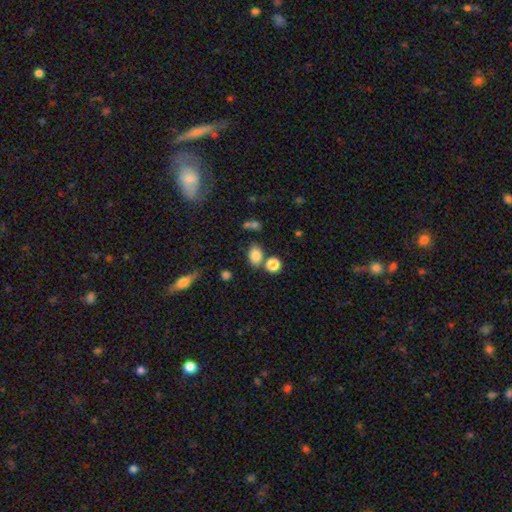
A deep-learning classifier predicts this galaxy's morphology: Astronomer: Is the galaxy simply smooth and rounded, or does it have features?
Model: smooth — 82%.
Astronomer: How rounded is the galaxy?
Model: in between — 72%.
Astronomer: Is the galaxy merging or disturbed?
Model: none — 68%.